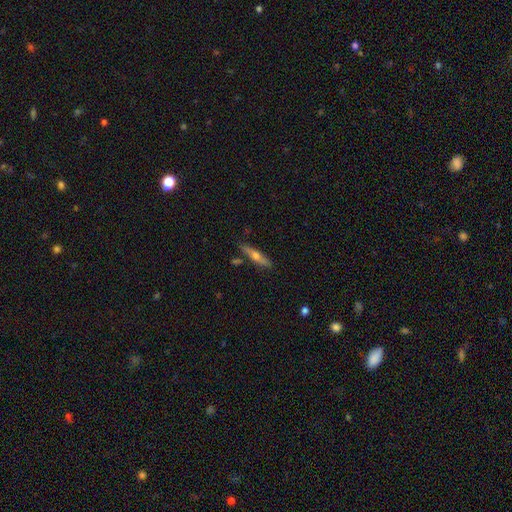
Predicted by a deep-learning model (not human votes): Smooth or featured: featured or disk — 54% (smooth — 40%)
Edge-on disk: yes — 92% (no — 8%)
Merging: none — 83% (minor disturbance — 11%)